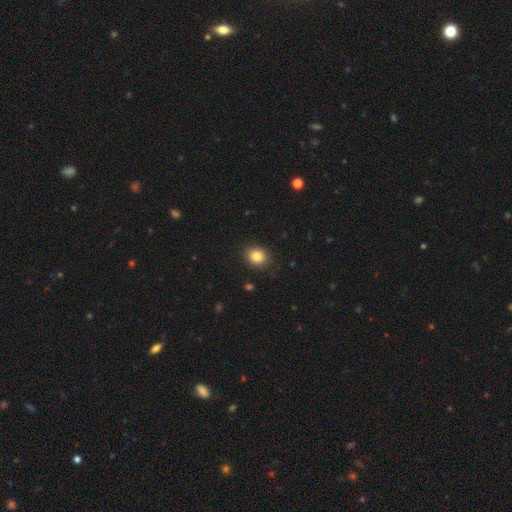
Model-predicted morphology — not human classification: This appears to be a smooth galaxy with no disk features (84%) that is round (67%). Merging: none (87%).